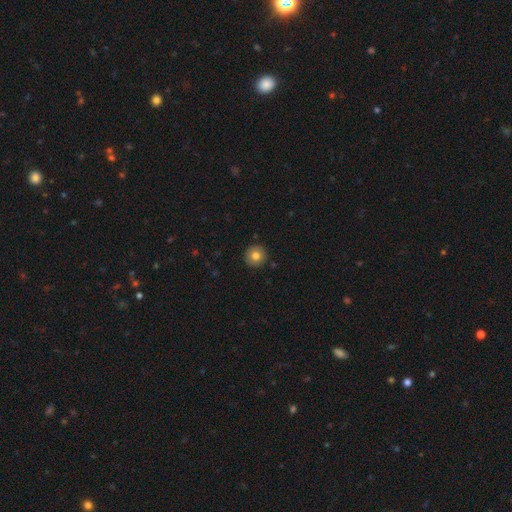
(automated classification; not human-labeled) smooth_or_featured: smooth (p=0.80) [alt: featured or disk p=0.11]
how_rounded: round (p=0.94) [alt: in between p=0.05]
merging: none (p=0.91) [alt: minor disturbance p=0.06]